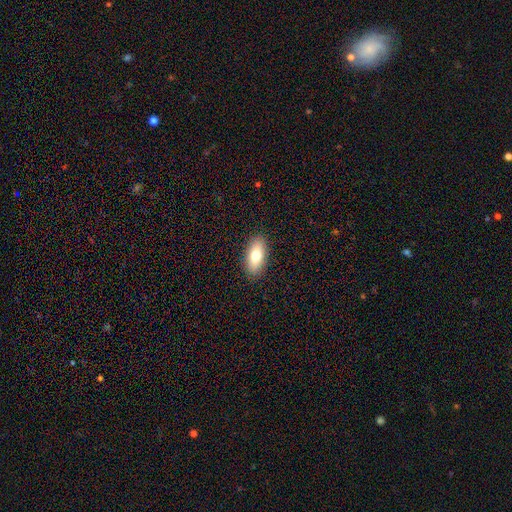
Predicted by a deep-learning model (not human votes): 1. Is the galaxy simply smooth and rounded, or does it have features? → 76% smooth, 17% featured or disk, 7% star or artifact.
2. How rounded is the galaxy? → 88% in between, 8% cigar-shaped, 3% round.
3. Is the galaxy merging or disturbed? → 89% none, 8% minor disturbance, 2% major disturbance, 1% merger.